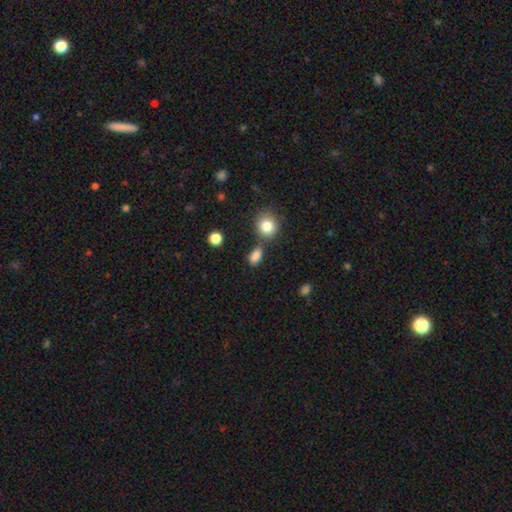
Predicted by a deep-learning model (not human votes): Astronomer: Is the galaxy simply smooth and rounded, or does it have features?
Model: smooth — 83%.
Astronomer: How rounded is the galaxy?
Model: in between — 77%.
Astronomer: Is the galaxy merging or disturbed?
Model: none — 66%.